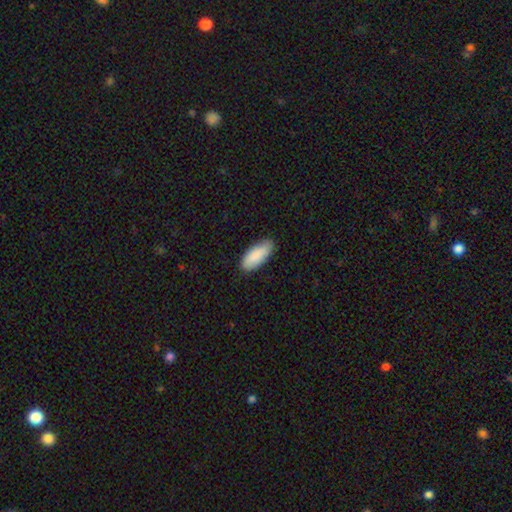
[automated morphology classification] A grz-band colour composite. It shows a smooth galaxy with no disk features (89%) that is in between round and cigar-shaped (82%). Merging: none (83%).